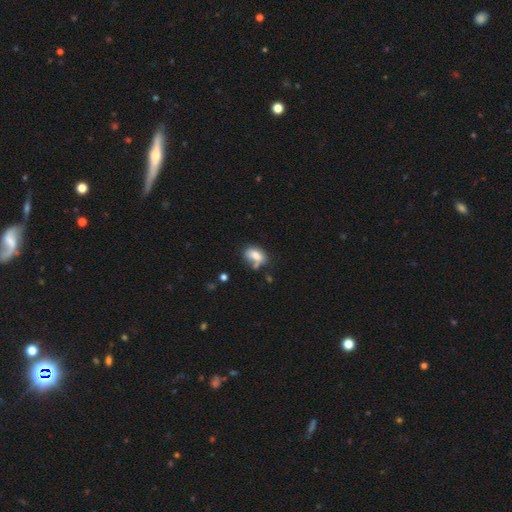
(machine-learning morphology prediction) Smooth or featured?
  - smooth: 78% *
  - featured or disk: 13%
  - star or artifact: 9%
How rounded?
  - in between: 85% *
  - round: 13%
  - cigar-shaped: 3%
Merging?
  - none: 46% *
  - minor disturbance: 25%
  - merger: 18%
  - major disturbance: 11%